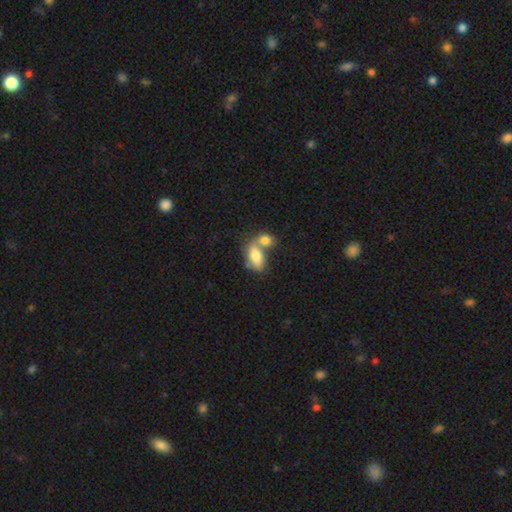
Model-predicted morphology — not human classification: A smooth galaxy with no disk features (75%) that is in between round and cigar-shaped (88%).

Vote fractions:
- Smooth or featured? smooth: 75% / featured or disk: 18% / star or artifact: 7%
- How rounded? in between: 88% / round: 6% / cigar-shaped: 5%
- Merging? merger: 61% / none: 24% / minor disturbance: 9% / major disturbance: 6%